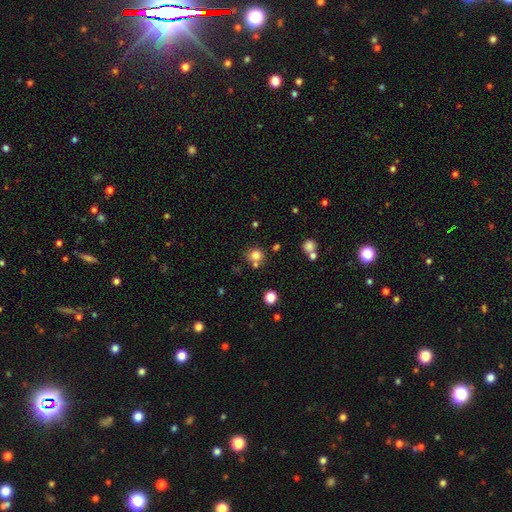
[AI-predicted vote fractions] Overall: smooth (78%). How rounded: round (87%). Merging: none (67%).